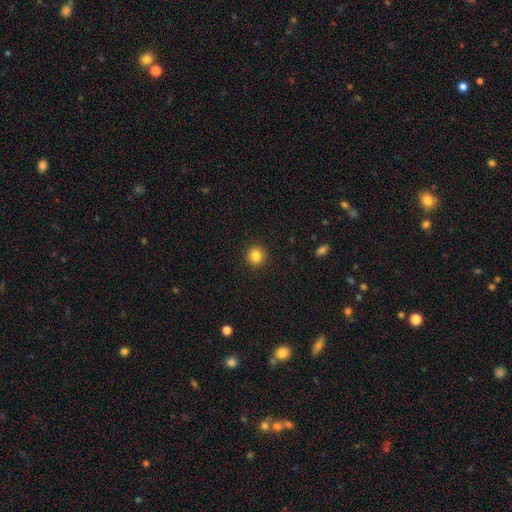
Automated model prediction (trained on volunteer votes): smooth-or-featured: smooth: 84% | star or artifact: 11% | featured or disk: 5%
  how-rounded: round: 92% | in between: 7% | cigar-shaped: 1%
  merging: none: 91% | minor disturbance: 6% | major disturbance: 2% | merger: 1%